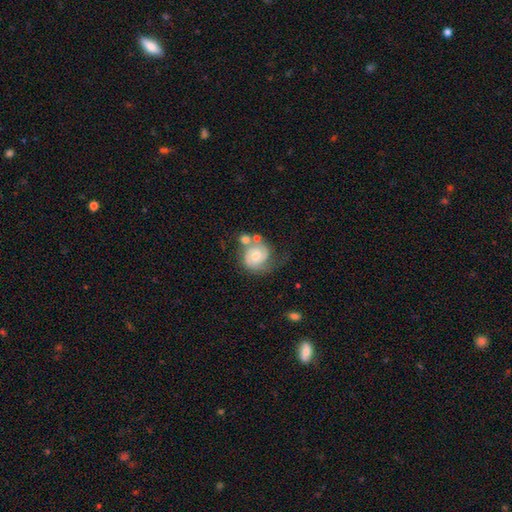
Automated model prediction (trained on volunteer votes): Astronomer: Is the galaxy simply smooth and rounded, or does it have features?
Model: featured or disk — 72%.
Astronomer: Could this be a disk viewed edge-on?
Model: no — 98%.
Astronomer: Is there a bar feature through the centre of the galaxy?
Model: no — 62%.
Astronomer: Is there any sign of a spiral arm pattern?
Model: yes — 93%.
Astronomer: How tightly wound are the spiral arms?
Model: tight — 51% (runner-up: medium, 37%).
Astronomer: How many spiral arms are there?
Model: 2 — 72%.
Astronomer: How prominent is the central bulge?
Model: moderate — 49% (runner-up: small, 39%).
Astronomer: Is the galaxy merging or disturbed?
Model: none — 43% (runner-up: minor disturbance, 21%).